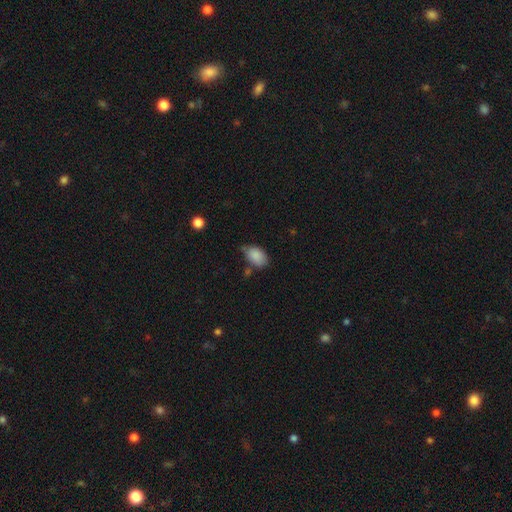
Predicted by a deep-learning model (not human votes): Smooth or featured? smooth (86%)
How rounded? in between (88%)
Merging? none (51%)